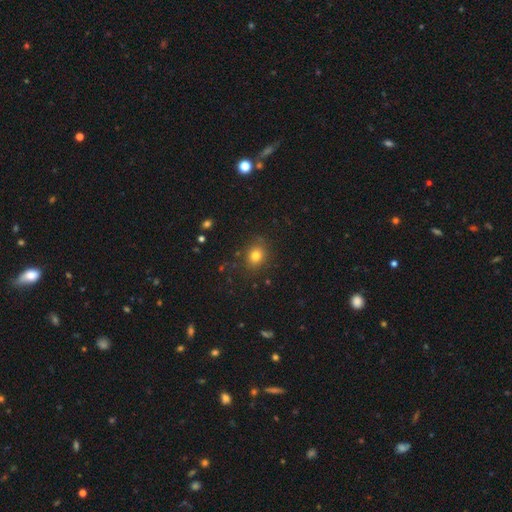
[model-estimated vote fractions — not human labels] smooth_or_featured: smooth (p=0.79) [alt: star or artifact p=0.14]
how_rounded: round (p=0.67) [alt: in between p=0.32]
merging: none (p=0.84) [alt: minor disturbance p=0.10]